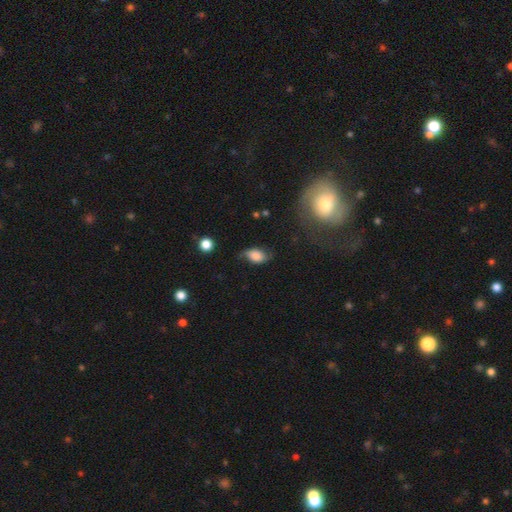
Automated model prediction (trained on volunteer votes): Smooth or featured? Predicted: smooth (p=0.63). How rounded? Predicted: in between (p=0.84). Merging? Predicted: none (p=0.50).